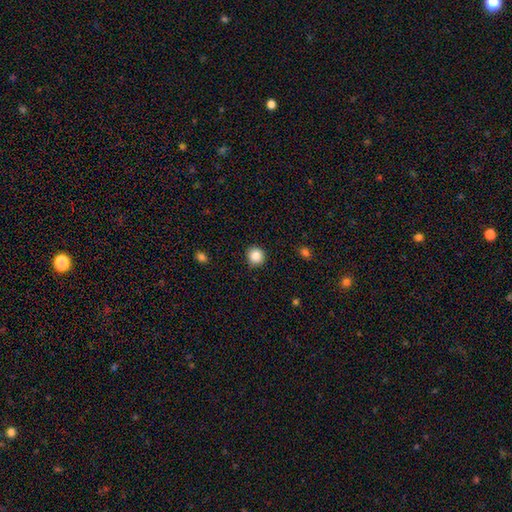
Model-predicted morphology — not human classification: A smooth galaxy with no disk features (86%) that is round (92%).

Vote fractions:
- Smooth or featured? smooth: 86% / star or artifact: 10% / featured or disk: 4%
- How rounded? round: 92% / in between: 7% / cigar-shaped: 1%
- Merging? none: 89% / minor disturbance: 7% / major disturbance: 2% / merger: 1%